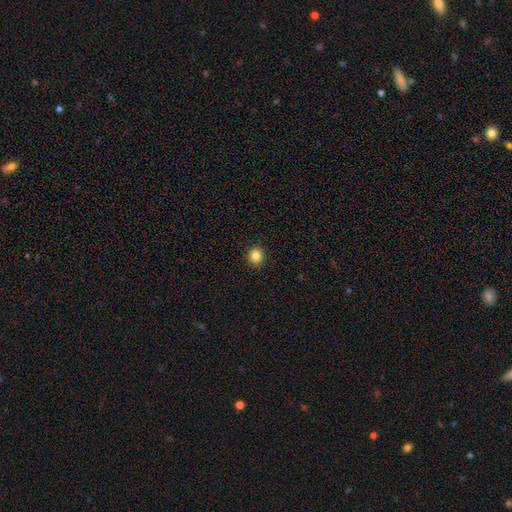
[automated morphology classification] A smooth galaxy with no disk features (84%) that is round (90%). Merging: none (92%).